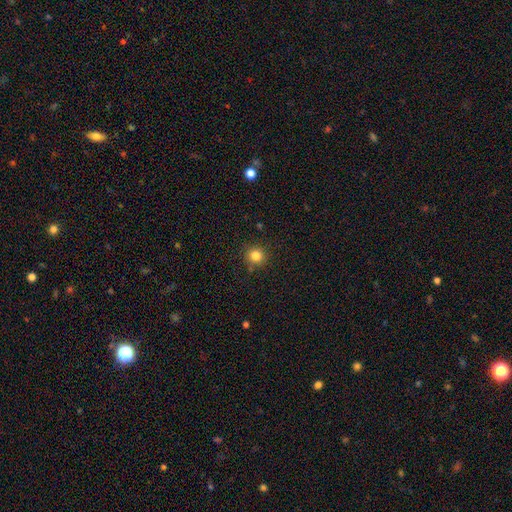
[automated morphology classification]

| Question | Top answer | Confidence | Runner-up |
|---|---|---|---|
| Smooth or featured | smooth | 83% | star or artifact (12%) |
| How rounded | round | 93% | in between (7%) |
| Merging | none | 87% | minor disturbance (8%) |